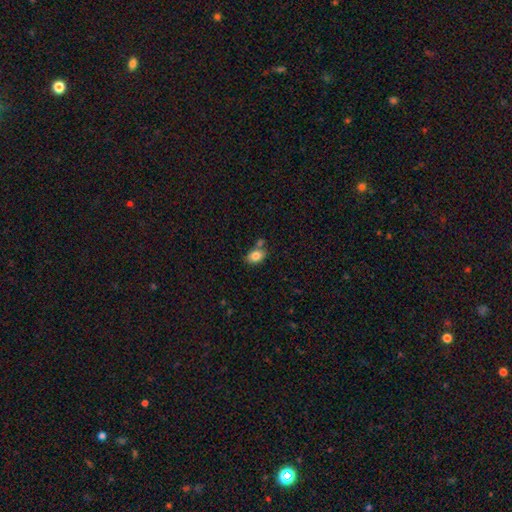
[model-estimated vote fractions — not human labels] Smooth or featured? Predicted: smooth (p=0.83). How rounded? Predicted: in between (p=0.82). Merging? Predicted: none (p=0.62).